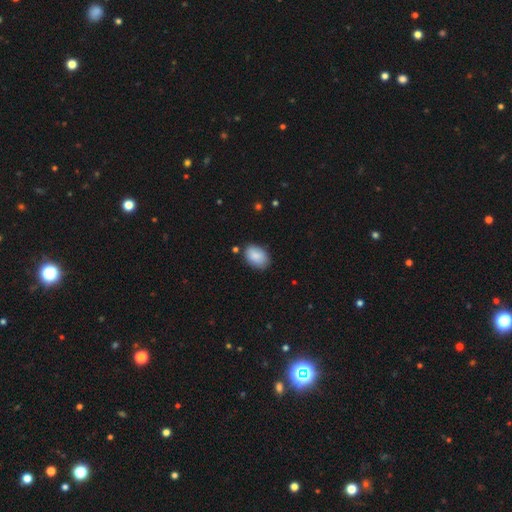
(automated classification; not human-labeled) The model was most divided on "merging": none: 78%, minor disturbance: 16%, major disturbance: 3%, merger: 2%. More confident: smooth or featured — smooth (87%); how rounded — in between (85%).